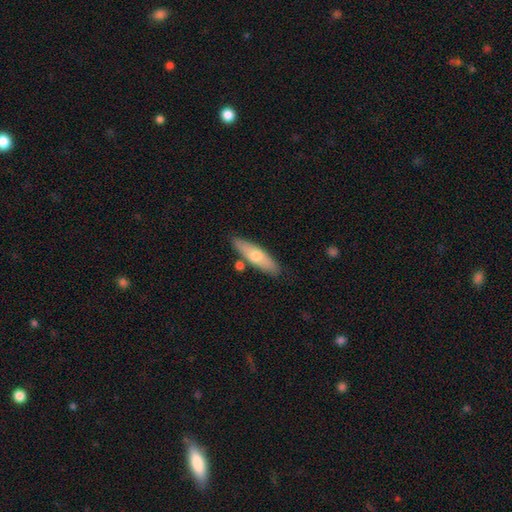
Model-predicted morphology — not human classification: smooth-or-featured: smooth: 62% | featured or disk: 32% | star or artifact: 6%
  how-rounded: cigar-shaped: 61% | in between: 37% | round: 2%
  merging: none: 81% | minor disturbance: 11% | merger: 6% | major disturbance: 2%